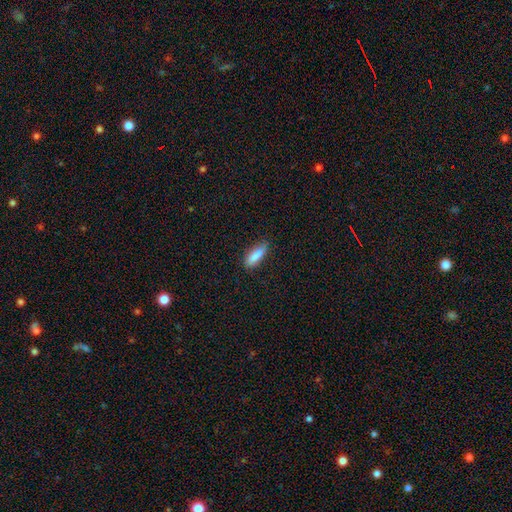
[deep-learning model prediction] smooth 86%, featured or disk 7%, star or artifact 7%. Down the decision tree: how rounded — in between (56%); merging — none (78%).